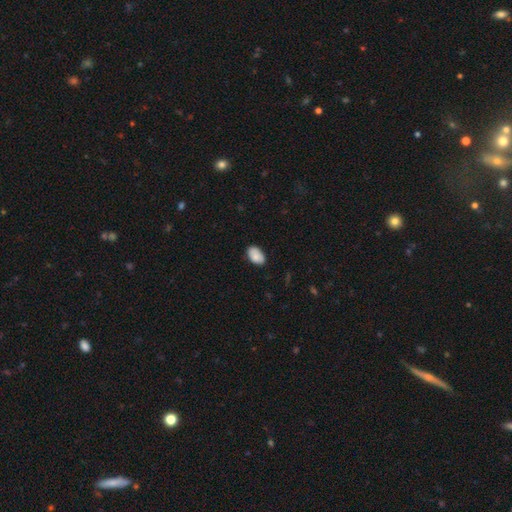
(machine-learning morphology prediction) This is clearly a smooth galaxy (85%). How rounded: clearly in between (92%). Merging: clearly none (81%).